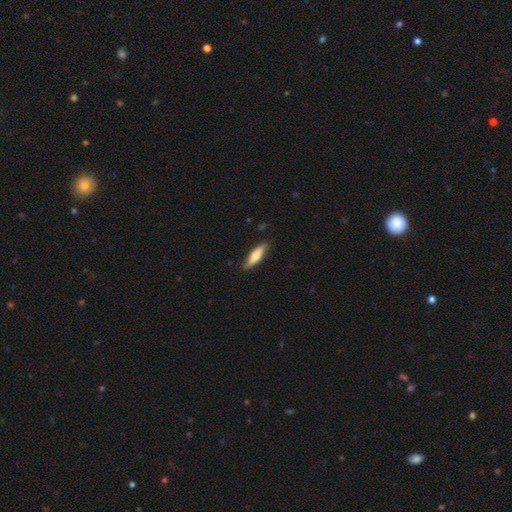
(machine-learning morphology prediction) This appears to be a smooth galaxy with no disk features (72%) that is cigar-shaped (61%). Merging: none (81%).